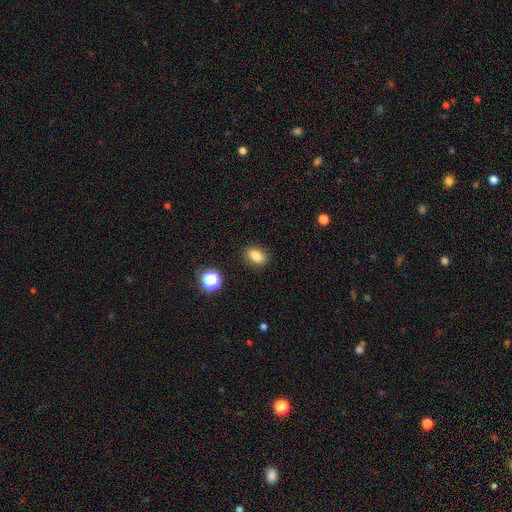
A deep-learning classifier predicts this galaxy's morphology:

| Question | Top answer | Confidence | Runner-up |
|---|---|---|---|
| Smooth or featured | smooth | 82% | star or artifact (11%) |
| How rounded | in between | 83% | round (15%) |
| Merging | none | 87% | minor disturbance (9%) |